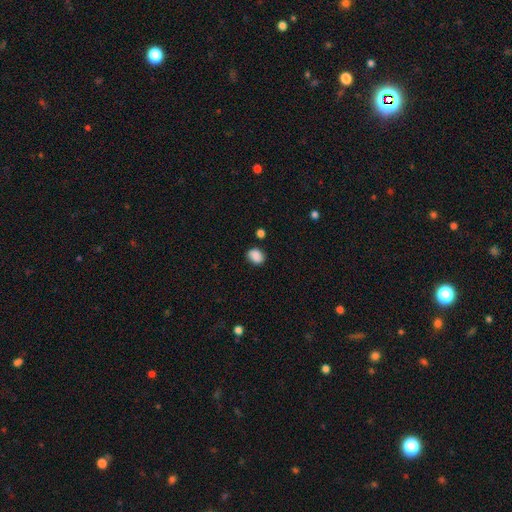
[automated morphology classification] Smooth or featured?
  - smooth: 87% *
  - star or artifact: 9%
  - featured or disk: 4%
How rounded?
  - in between: 58% *
  - round: 41%
  - cigar-shaped: 1%
Merging?
  - none: 79% *
  - minor disturbance: 14%
  - major disturbance: 3%
  - merger: 3%